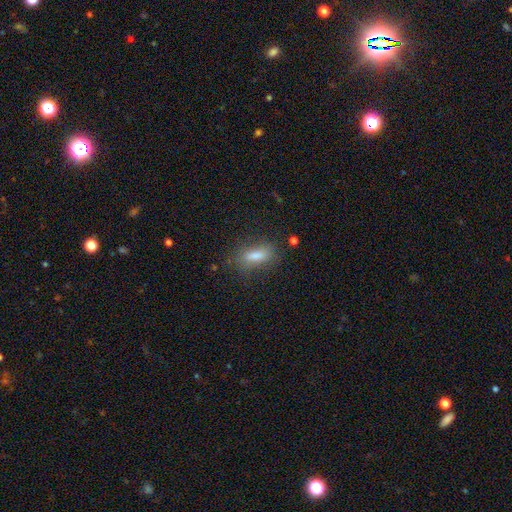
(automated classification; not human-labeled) Smooth or featured? smooth (74%)
How rounded? in between (63%)
Merging? none (75%)